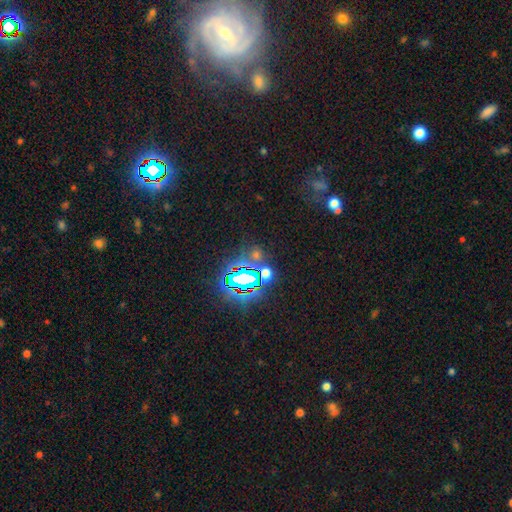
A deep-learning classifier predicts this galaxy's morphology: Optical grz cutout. It shows a star or artifact, not a galaxy (72%).